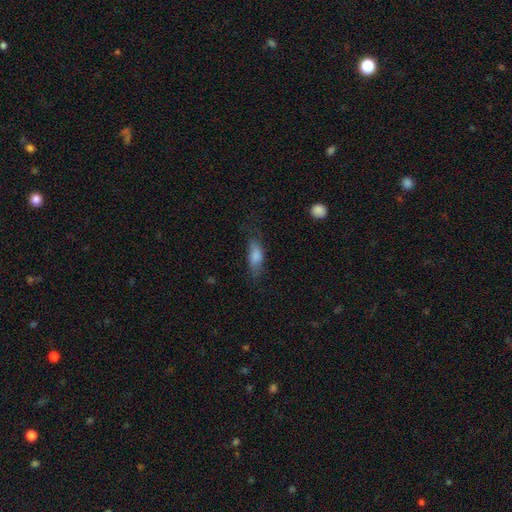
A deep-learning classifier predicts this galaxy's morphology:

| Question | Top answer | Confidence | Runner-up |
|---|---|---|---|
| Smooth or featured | smooth | 79% | featured or disk (13%) |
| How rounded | in between | 76% | cigar-shaped (21%) |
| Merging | none | 58% | minor disturbance (27%) |